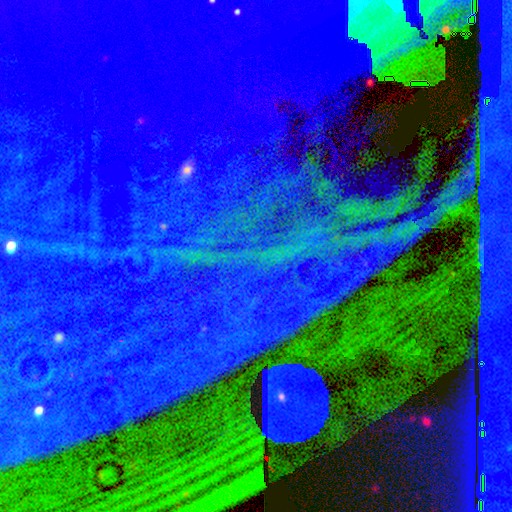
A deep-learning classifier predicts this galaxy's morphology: This appears to be a star or artifact, not a galaxy (87%).